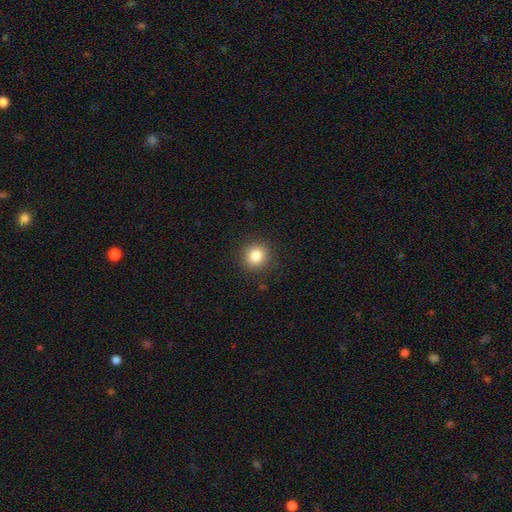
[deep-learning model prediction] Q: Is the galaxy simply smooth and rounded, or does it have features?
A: smooth — 84%.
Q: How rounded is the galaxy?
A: round — 87%.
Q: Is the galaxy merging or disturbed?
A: none — 90%.